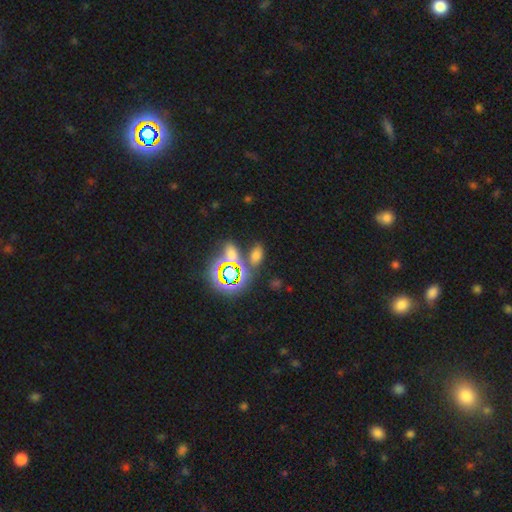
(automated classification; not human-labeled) smooth 57%, star or artifact 34%, featured or disk 9%. Down the decision tree: how rounded — in between (84%); merging — none (68%).